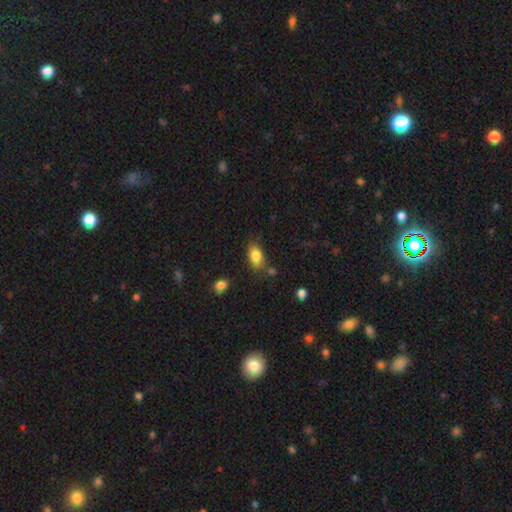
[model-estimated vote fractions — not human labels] smooth_or_featured: smooth (p=0.83) [alt: featured or disk p=0.09]
how_rounded: in between (p=0.89) [alt: round p=0.07]
merging: none (p=0.75) [alt: minor disturbance p=0.16]